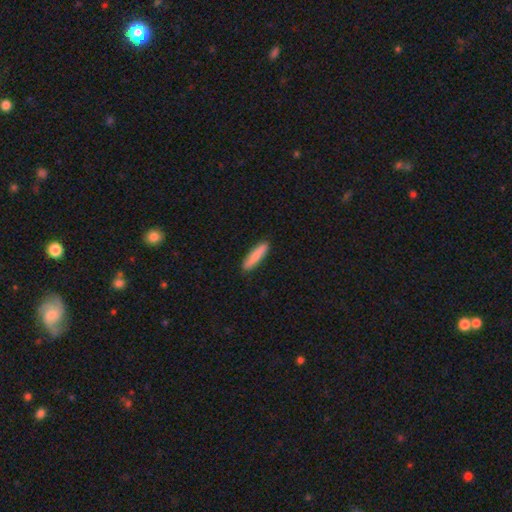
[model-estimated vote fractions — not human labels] A smooth galaxy with no disk features (83%) that is cigar-shaped (82%).

Vote fractions:
- Smooth or featured? smooth: 83% / featured or disk: 12% / star or artifact: 5%
- How rounded? cigar-shaped: 82% / in between: 16% / round: 1%
- Merging? none: 90% / minor disturbance: 8% / major disturbance: 1% / merger: 1%